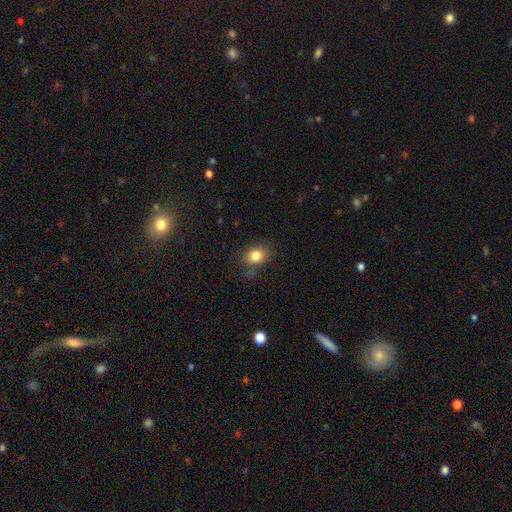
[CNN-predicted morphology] Overall: smooth (82%). How rounded: in between (53%; round 46%). Merging: none (76%).